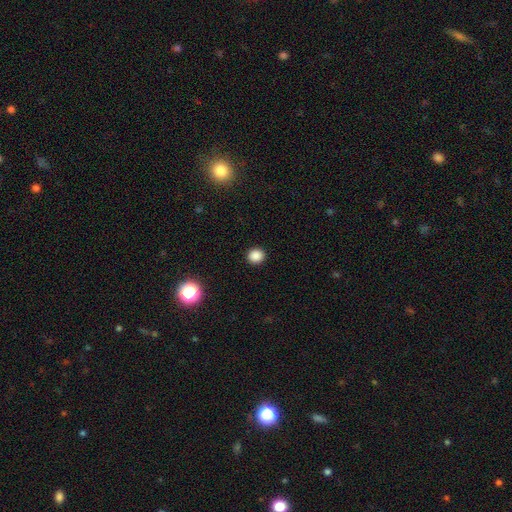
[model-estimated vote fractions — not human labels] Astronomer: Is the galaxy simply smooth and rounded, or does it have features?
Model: smooth — 86%.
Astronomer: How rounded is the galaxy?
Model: round — 88%.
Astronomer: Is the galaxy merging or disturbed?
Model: none — 92%.